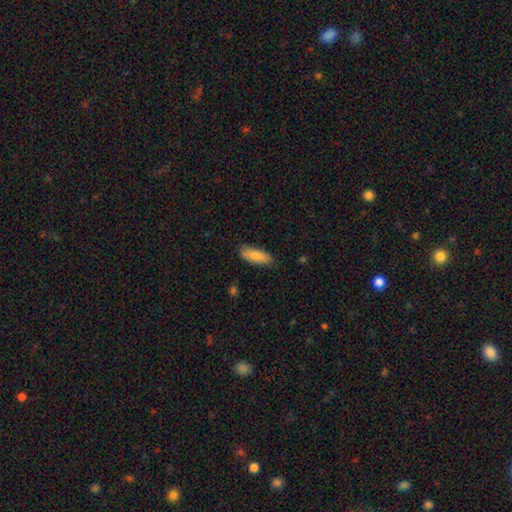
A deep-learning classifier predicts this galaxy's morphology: Smooth or featured? smooth (82%)
How rounded? in between (69%)
Merging? none (83%)